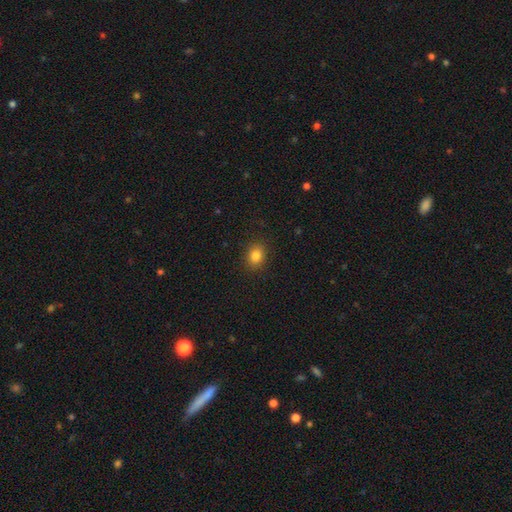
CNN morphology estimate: smooth_or_featured: smooth (p=0.84) [alt: star or artifact p=0.11]
how_rounded: round (p=0.51) [alt: in between p=0.48]
merging: none (p=0.88) [alt: minor disturbance p=0.08]